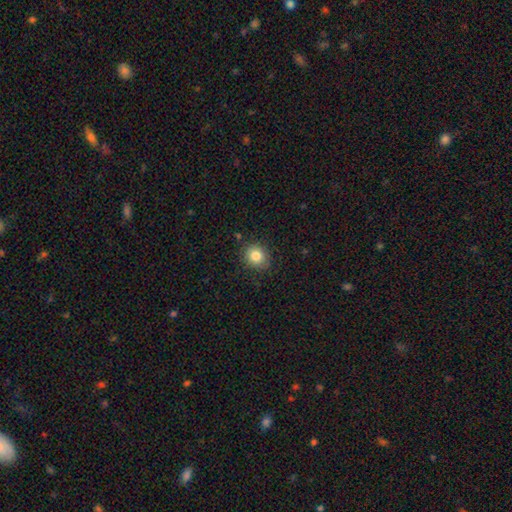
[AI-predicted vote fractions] smooth 82%, star or artifact 10%, featured or disk 7%. Down the decision tree: how rounded — round (78%); merging — none (85%).